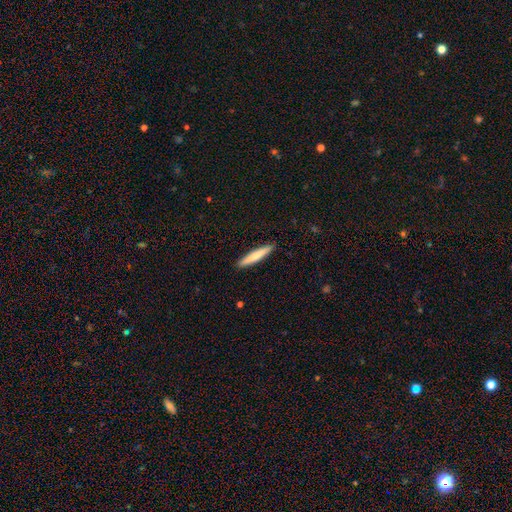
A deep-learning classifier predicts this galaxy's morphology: Q: Smooth or featured?
A: smooth (71%); runner-up: featured or disk (24%)
Q: How rounded?
A: cigar-shaped (93%); runner-up: in between (6%)
Q: Merging?
A: none (92%); runner-up: minor disturbance (6%)